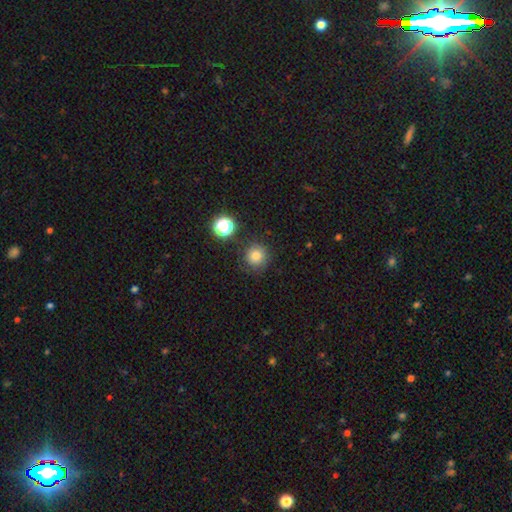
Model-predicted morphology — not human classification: This appears to be a smooth galaxy with no disk features (79%) that is round (94%). Merging: none (82%).